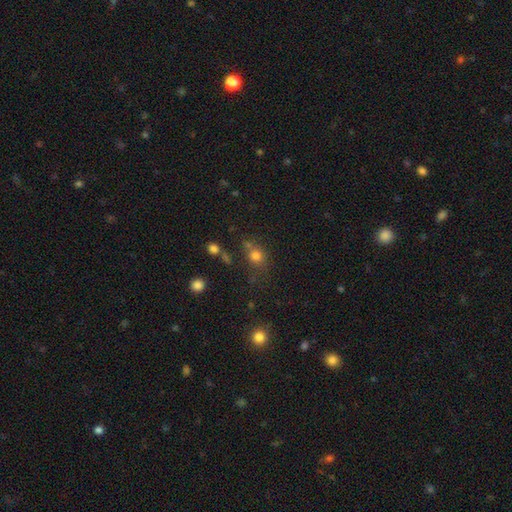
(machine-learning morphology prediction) A smooth galaxy with no disk features (75%) that is round (71%). Merging: none (59%).